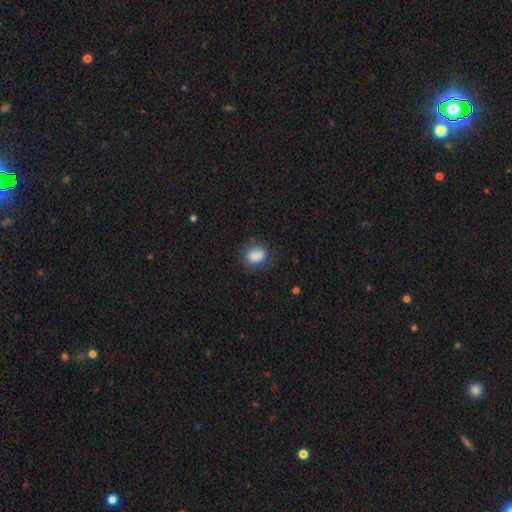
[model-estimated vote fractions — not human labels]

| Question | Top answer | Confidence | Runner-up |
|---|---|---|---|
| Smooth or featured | smooth | 87% | star or artifact (8%) |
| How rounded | in between | 52% | round (47%) |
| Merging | none | 75% | minor disturbance (18%) |